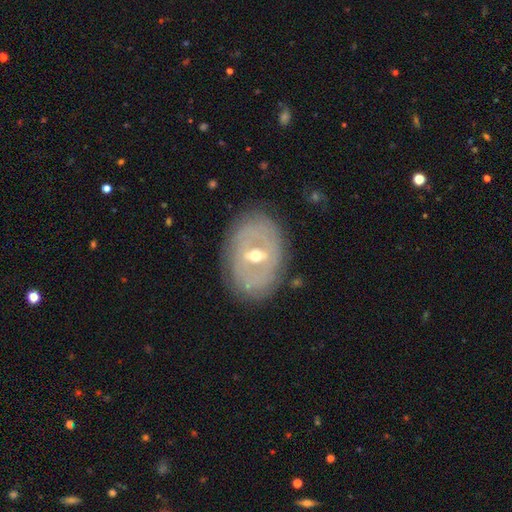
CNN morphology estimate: Smooth or featured: featured or disk — 78% (smooth — 17%)
Edge-on disk: no — 94% (yes — 6%)
Bar: weak — 50% (strong — 33%)
Spiral arms: yes — 61% (no — 39%)
Bulge size: moderate — 67% (small — 28%)
Merging: none — 78% (minor disturbance — 15%)